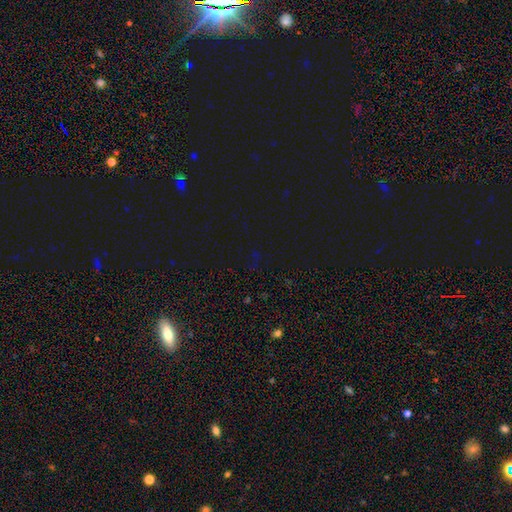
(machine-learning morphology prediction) smooth-or-featured: star or artifact: 74% | smooth: 19% | featured or disk: 7%